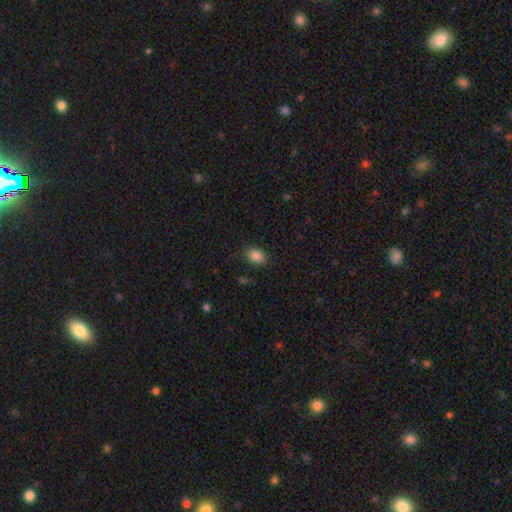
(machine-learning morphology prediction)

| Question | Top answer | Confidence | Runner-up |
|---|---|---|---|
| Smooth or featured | smooth | 85% | star or artifact (9%) |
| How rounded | in between | 78% | round (21%) |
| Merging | none | 81% | minor disturbance (14%) |